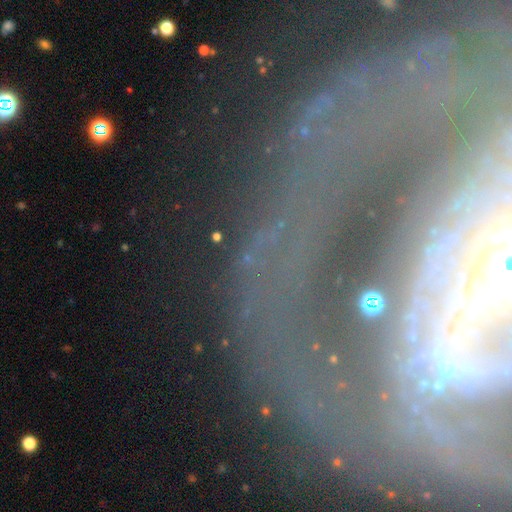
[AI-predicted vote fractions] This appears to be a featured or disk galaxy (69%) with a strong bar (38%), spiral arms (74%) and a moderate central bulge (47%). Merging: none (60%).